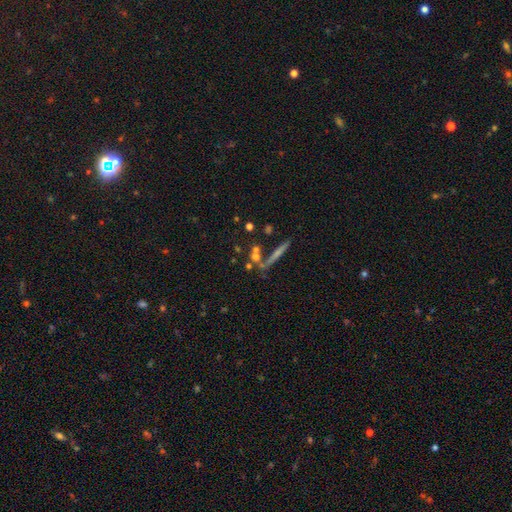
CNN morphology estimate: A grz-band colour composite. It shows a smooth galaxy with no disk features (47%). Merging: none (56%).